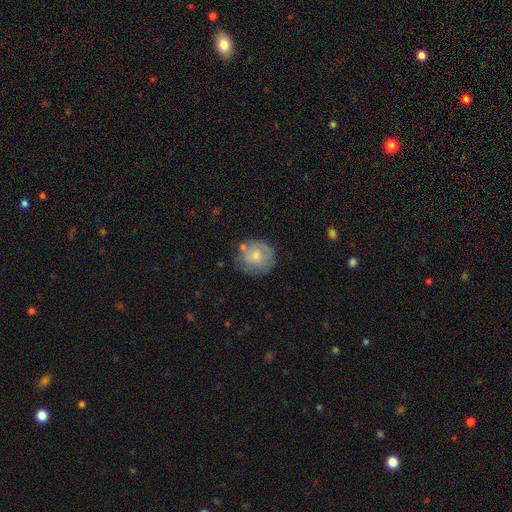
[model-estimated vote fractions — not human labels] Smooth or featured? smooth (62%)
How rounded? round (82%)
Merging? none (61%)